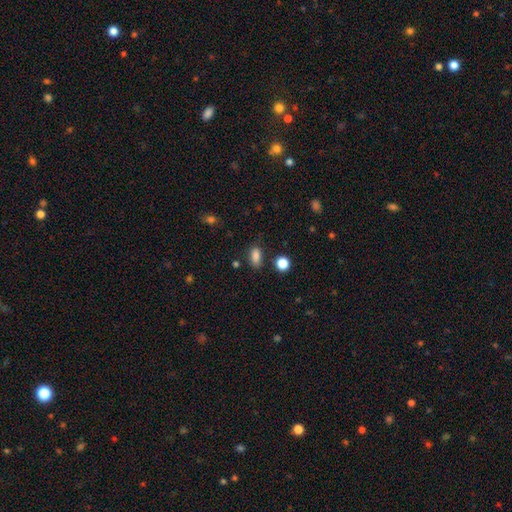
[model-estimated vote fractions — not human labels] Smooth or featured: smooth — 85% (star or artifact — 11%)
How rounded: in between — 84% (round — 10%)
Merging: none — 77% (minor disturbance — 15%)